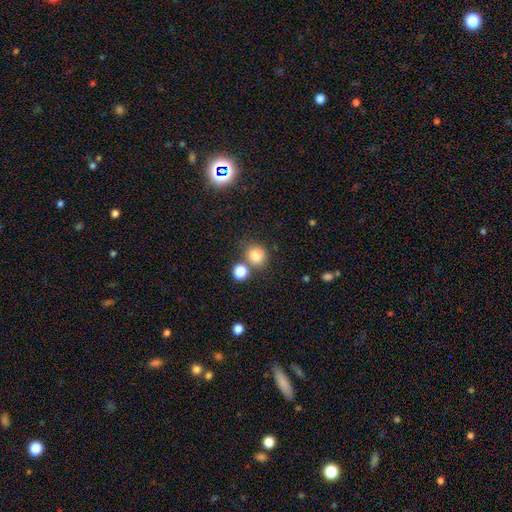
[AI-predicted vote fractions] Overall: smooth (81%). How rounded: round (85%). Merging: none (68%).